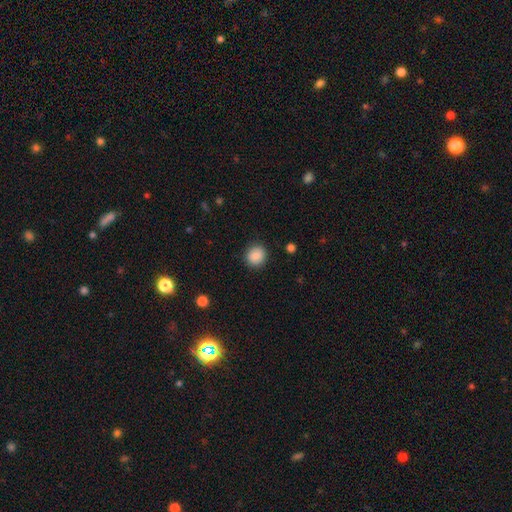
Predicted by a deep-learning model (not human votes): Smooth or featured?
  - smooth: 87% *
  - star or artifact: 9%
  - featured or disk: 4%
How rounded?
  - round: 87% *
  - in between: 12%
  - cigar-shaped: 1%
Merging?
  - none: 89% *
  - minor disturbance: 7%
  - major disturbance: 2%
  - merger: 1%